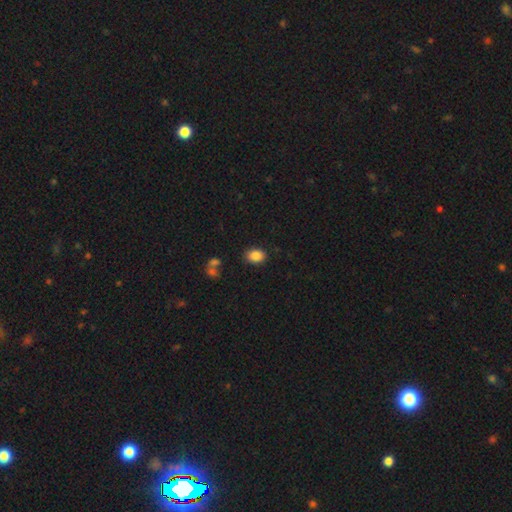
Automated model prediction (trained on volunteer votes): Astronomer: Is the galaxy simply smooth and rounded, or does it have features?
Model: smooth — 87%.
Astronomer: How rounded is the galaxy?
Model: in between — 67%.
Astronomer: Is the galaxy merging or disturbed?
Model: none — 86%.